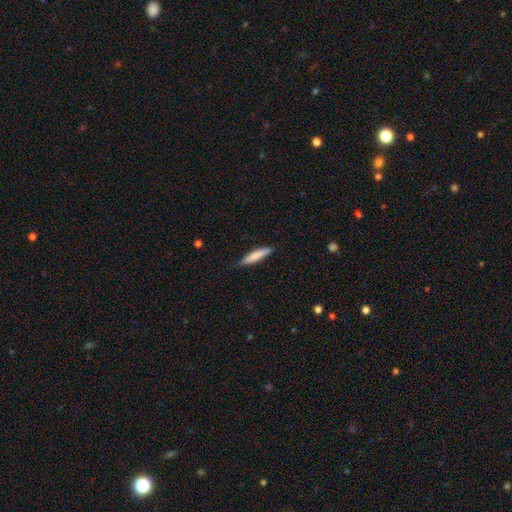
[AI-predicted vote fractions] Overall: smooth (76%). How rounded: cigar-shaped (88%). Merging: none (77%).